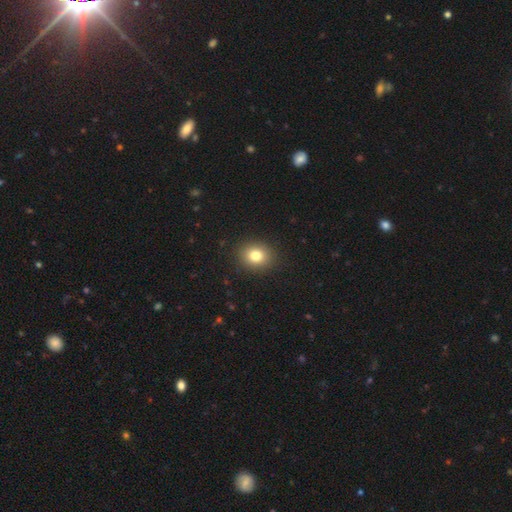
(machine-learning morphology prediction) This is clearly a smooth galaxy (80%). How rounded: likely round (67%). Merging: clearly none (90%).